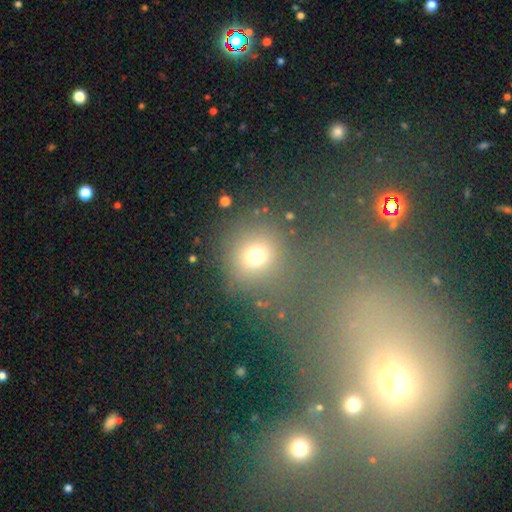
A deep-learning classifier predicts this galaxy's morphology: This is likely a smooth galaxy (68%). How rounded: clearly round (82%). Merging: likely none (67%).